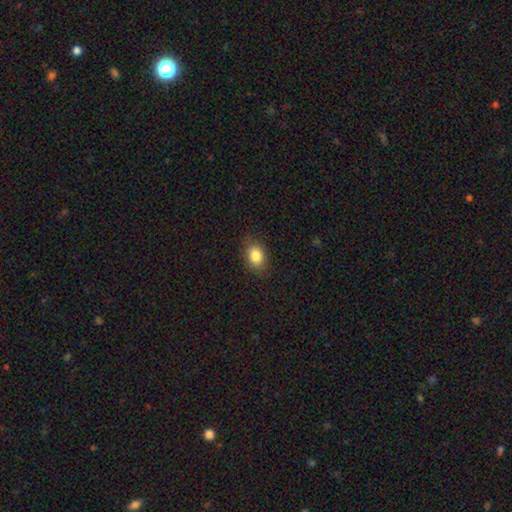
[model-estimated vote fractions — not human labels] smooth_or_featured: smooth (p=0.83) [alt: star or artifact p=0.10]
how_rounded: in between (p=0.67) [alt: round p=0.32]
merging: none (p=0.83) [alt: minor disturbance p=0.13]